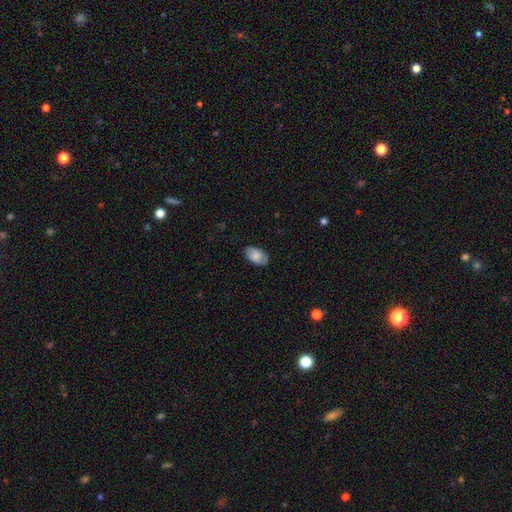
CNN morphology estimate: The model was most divided on "smooth or featured": smooth: 77%, featured or disk: 16%, star or artifact: 7%. More confident: how rounded — in between (93%); merging — none (78%).